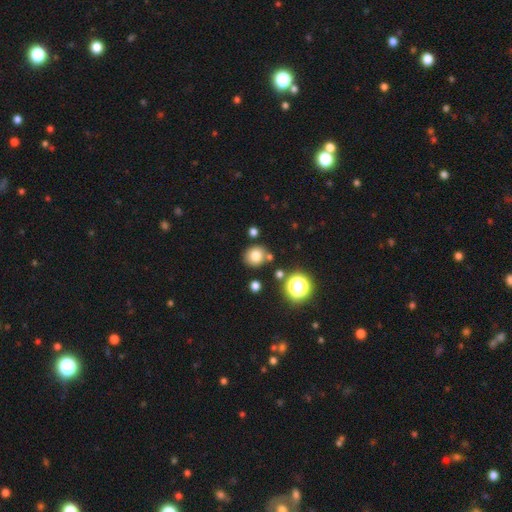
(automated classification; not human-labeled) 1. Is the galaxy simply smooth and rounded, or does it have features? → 76% smooth, 15% star or artifact, 9% featured or disk.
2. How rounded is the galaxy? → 84% round, 15% in between, 1% cigar-shaped.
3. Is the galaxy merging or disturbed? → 79% none, 10% minor disturbance, 8% merger, 3% major disturbance.